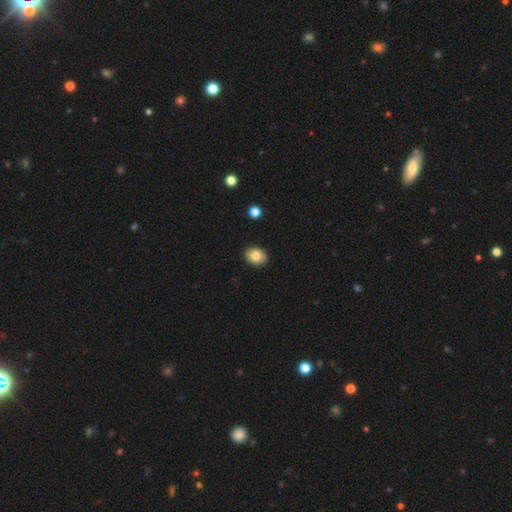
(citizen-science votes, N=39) smooth 85%, featured or disk 13%, star or artifact 3%. Down the decision tree: how rounded — in between (73%); merging — none (95%).